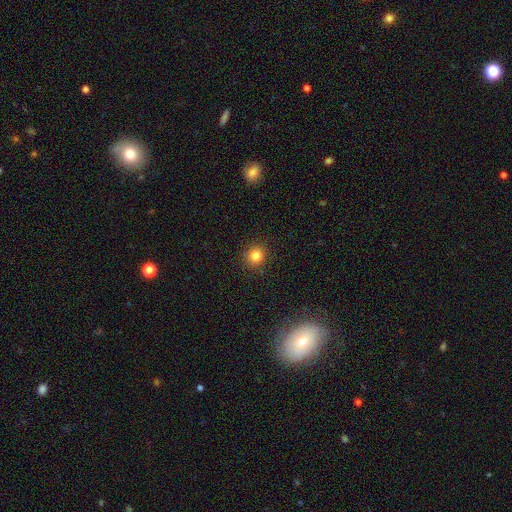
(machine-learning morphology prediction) This appears to be a smooth galaxy with no disk features (83%) that is round (91%). Merging: none (90%).